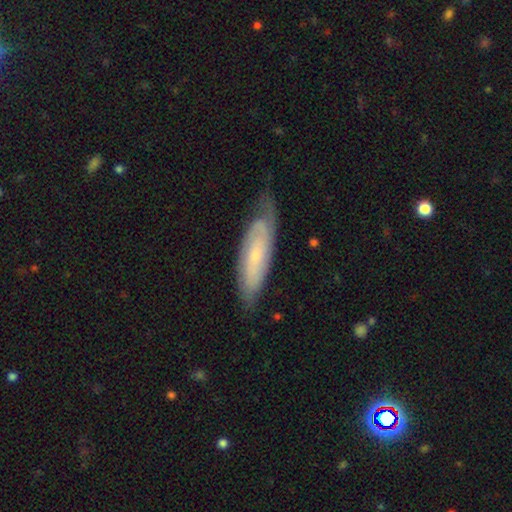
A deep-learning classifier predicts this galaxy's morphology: This is likely a featured or disk galaxy (62%). It is likely not viewed edge-on (75%). Merging: likely none (64%).